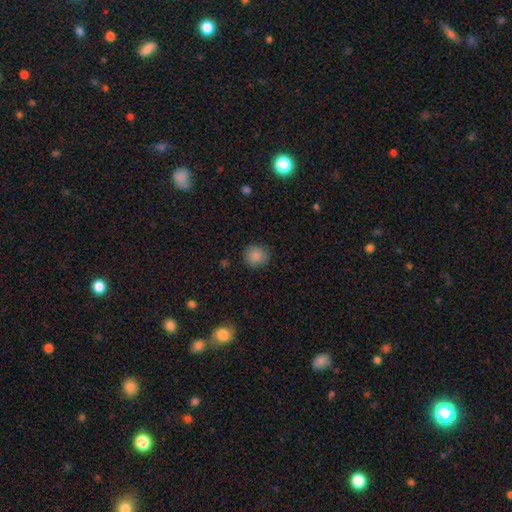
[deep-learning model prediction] This appears to be a smooth galaxy with no disk features (86%) that is round (88%). Merging: none (88%).